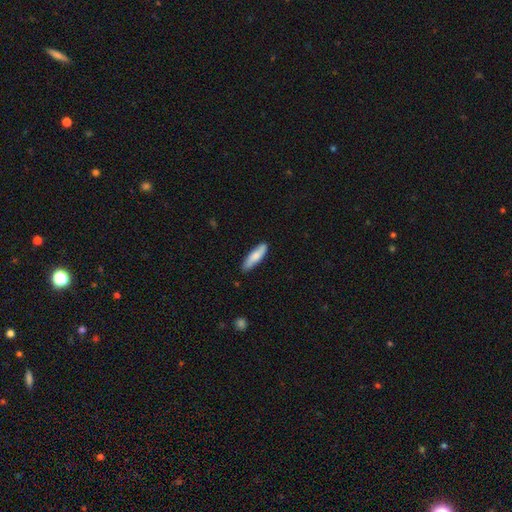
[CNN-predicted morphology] smooth 75%, featured or disk 19%, star or artifact 5%. Down the decision tree: how rounded — cigar-shaped (65%); merging — none (84%).